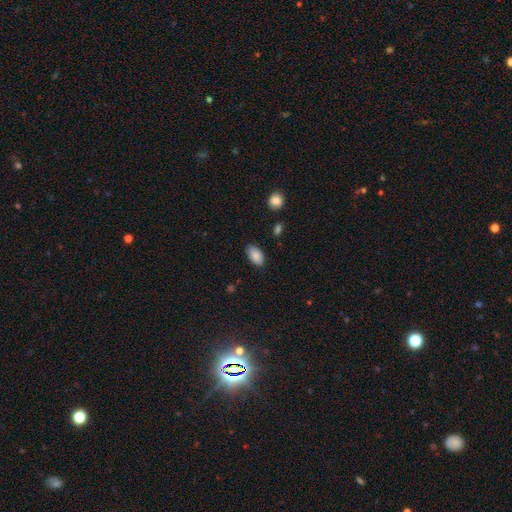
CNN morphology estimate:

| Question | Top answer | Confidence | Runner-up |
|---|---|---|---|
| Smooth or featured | smooth | 87% | star or artifact (7%) |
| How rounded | in between | 94% | round (3%) |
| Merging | none | 85% | minor disturbance (11%) |